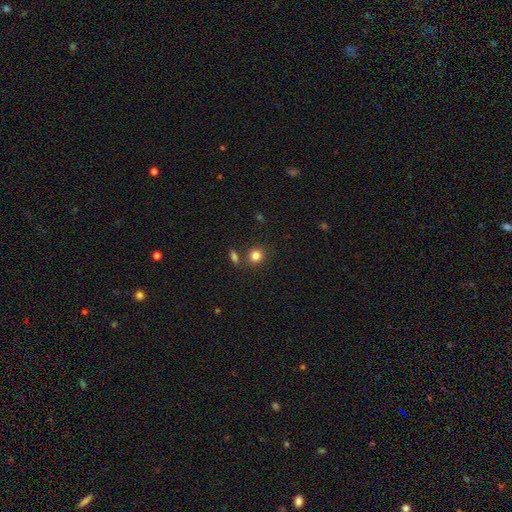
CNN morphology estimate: smooth-or-featured: smooth: 83% | star or artifact: 11% | featured or disk: 6%
  how-rounded: round: 78% | in between: 21% | cigar-shaped: 1%
  merging: none: 75% | merger: 12% | minor disturbance: 10% | major disturbance: 3%